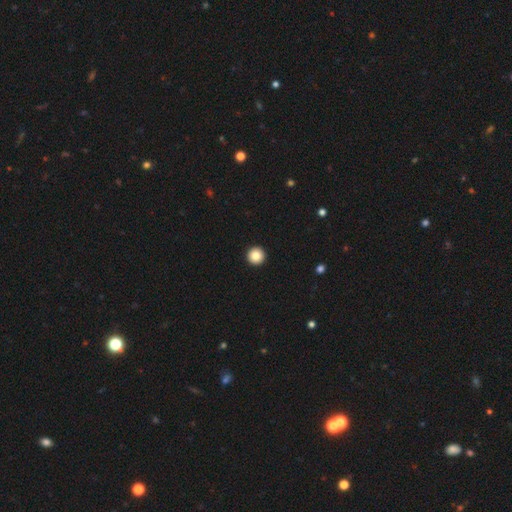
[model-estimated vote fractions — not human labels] This is clearly a smooth galaxy (86%). How rounded: clearly round (97%). Merging: clearly none (95%).